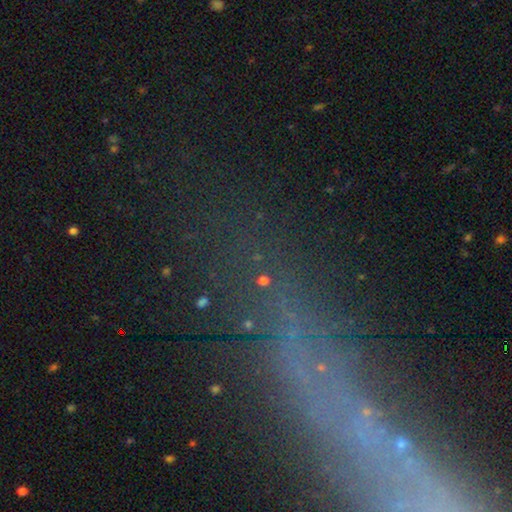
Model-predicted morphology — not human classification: This appears to be a star or artifact, not a galaxy (52%).